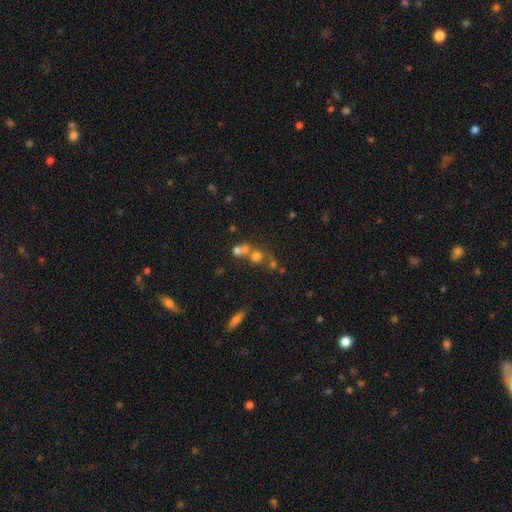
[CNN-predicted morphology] Overall: smooth (55%; star or artifact 24%). How rounded: round (82%). Merging: merger (47%; none 41%).